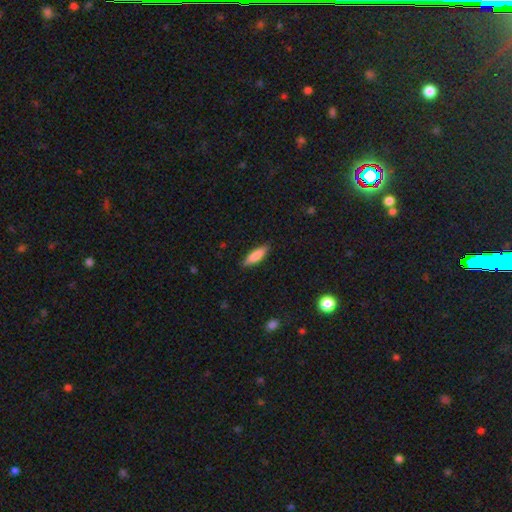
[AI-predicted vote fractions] Smooth or featured? smooth (80%)
How rounded? cigar-shaped (64%)
Merging? none (88%)